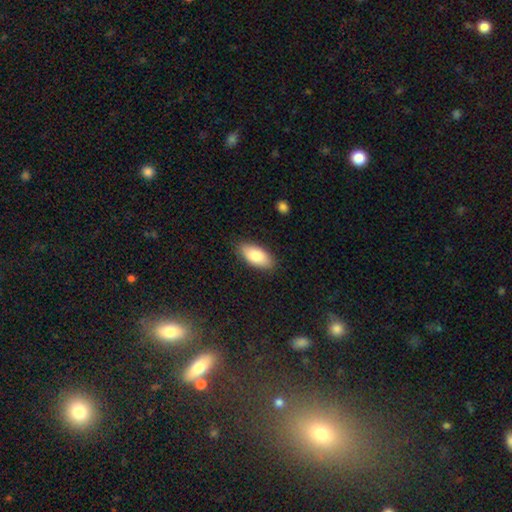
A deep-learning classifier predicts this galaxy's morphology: smooth_or_featured: smooth (p=0.85) [alt: featured or disk p=0.09]
how_rounded: in between (p=0.89) [alt: cigar-shaped p=0.09]
merging: none (p=0.86) [alt: minor disturbance p=0.11]